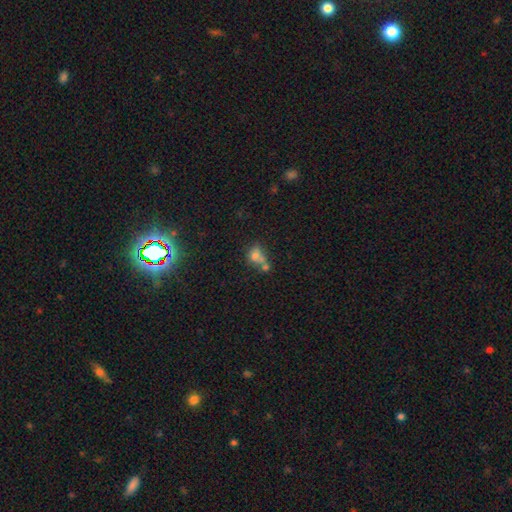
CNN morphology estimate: Smooth or featured?
  - smooth: 66% *
  - featured or disk: 19%
  - star or artifact: 15%
How rounded?
  - round: 57% *
  - in between: 42%
  - cigar-shaped: 2%
Merging?
  - merger: 54% *
  - none: 27%
  - minor disturbance: 11%
  - major disturbance: 8%